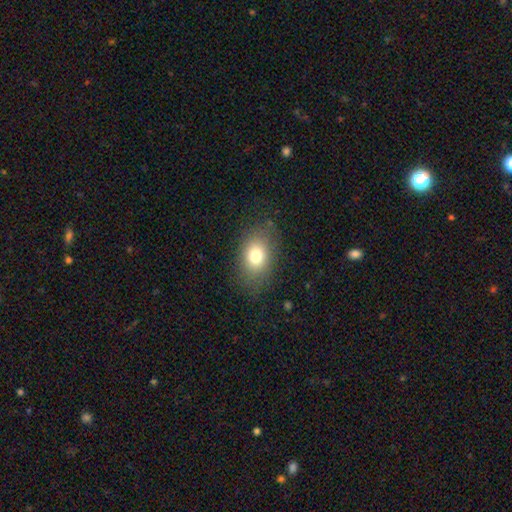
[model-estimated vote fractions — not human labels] A smooth galaxy with no disk features (76%) that is in between round and cigar-shaped (75%). Merging: none (79%).